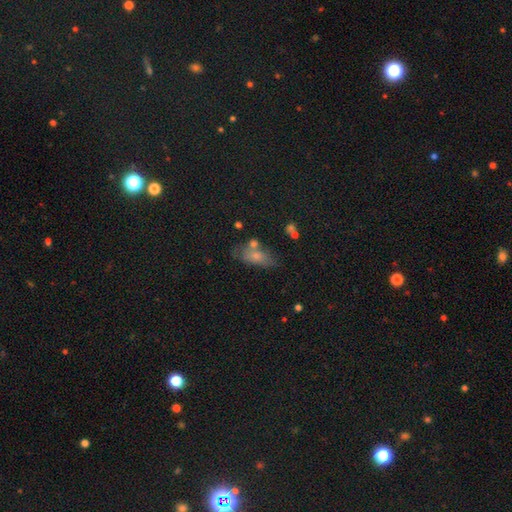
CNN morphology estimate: Smooth or featured?
  - smooth: 67% *
  - featured or disk: 22%
  - star or artifact: 11%
How rounded?
  - in between: 80% *
  - cigar-shaped: 14%
  - round: 6%
Merging?
  - none: 46% *
  - minor disturbance: 23%
  - merger: 20%
  - major disturbance: 11%